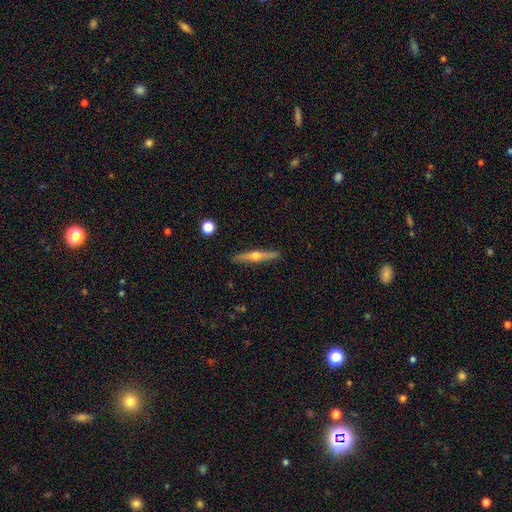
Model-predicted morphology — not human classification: The model was most divided on "smooth or featured": featured or disk: 68%, smooth: 26%, star or artifact: 6%. More confident: edge-on disk — yes (97%); edge-on bulge — rounded (93%); merging — none (90%).